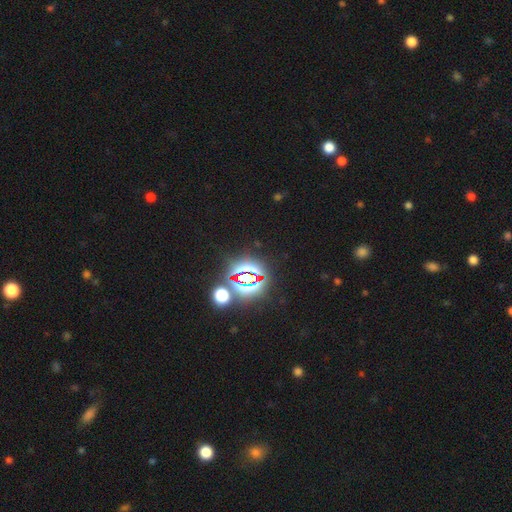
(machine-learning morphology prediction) smooth-or-featured: star or artifact: 81% | smooth: 12% | featured or disk: 7%